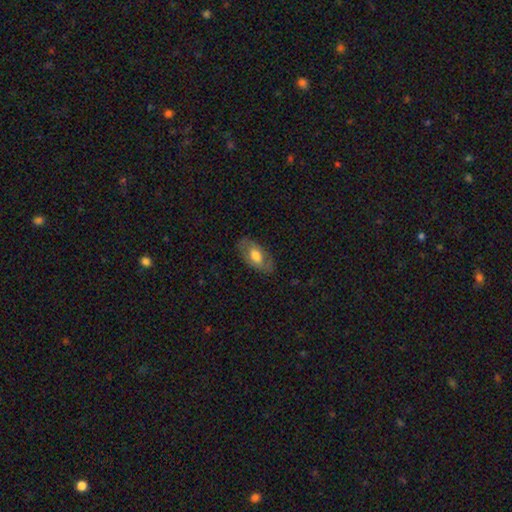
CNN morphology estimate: A smooth galaxy with no disk features (55%) that is in between round and cigar-shaped (91%).

Vote fractions:
- Smooth or featured? smooth: 55% / featured or disk: 38% / star or artifact: 6%
- How rounded? in between: 91% / round: 5% / cigar-shaped: 4%
- Merging? none: 79% / minor disturbance: 15% / major disturbance: 5% / merger: 1%